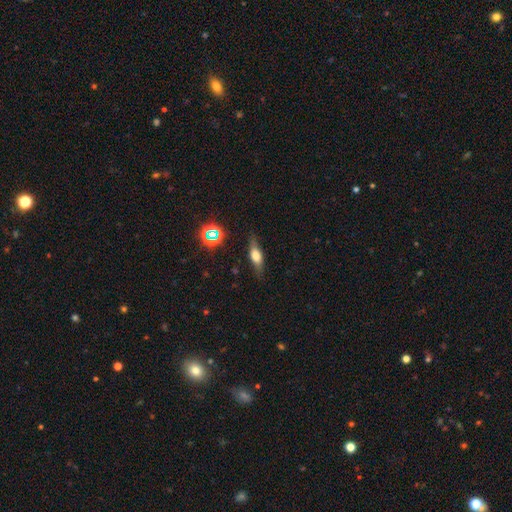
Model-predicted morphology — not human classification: Smooth or featured? Predicted: smooth (p=0.50). Merging? Predicted: none (p=0.77).